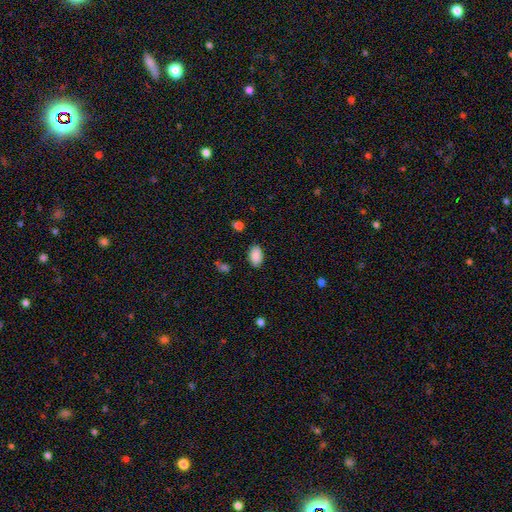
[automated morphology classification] This is clearly a smooth galaxy (89%). How rounded: clearly in between (93%). Merging: clearly none (86%).